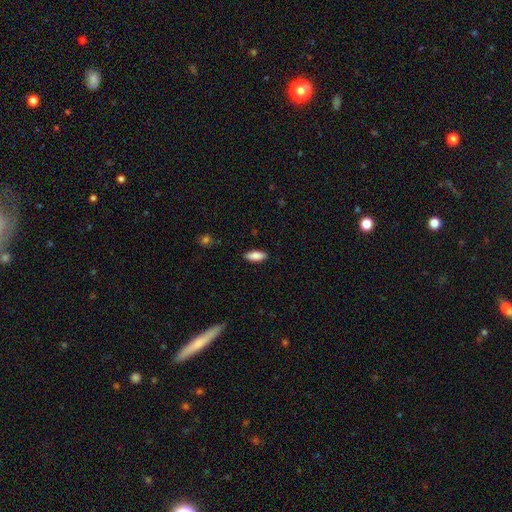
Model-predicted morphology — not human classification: Smooth or featured: smooth — 86% (featured or disk — 8%)
How rounded: in between — 77% (cigar-shaped — 21%)
Merging: none — 88% (minor disturbance — 9%)